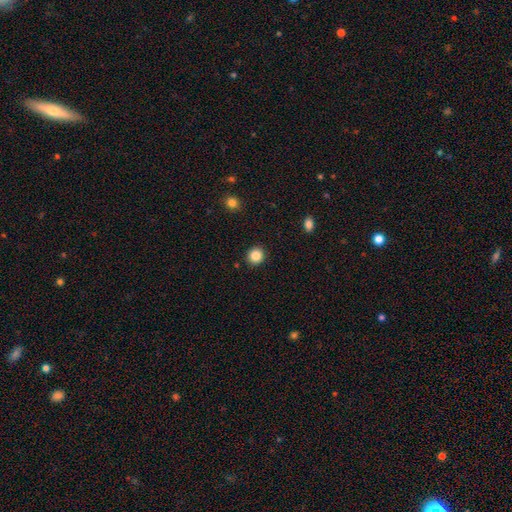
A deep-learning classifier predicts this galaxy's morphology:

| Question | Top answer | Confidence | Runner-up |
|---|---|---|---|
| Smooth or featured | smooth | 86% | star or artifact (10%) |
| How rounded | round | 91% | in between (8%) |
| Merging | none | 92% | minor disturbance (5%) |